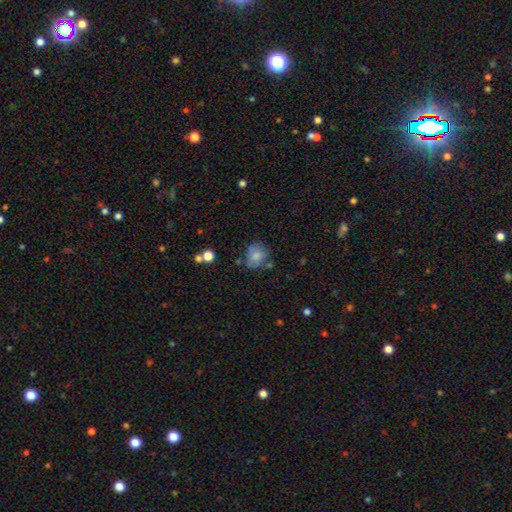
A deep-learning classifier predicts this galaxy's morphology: Smooth or featured? Predicted: smooth (p=0.75). How rounded? Predicted: round (p=0.68). Merging? Predicted: none (p=0.60).